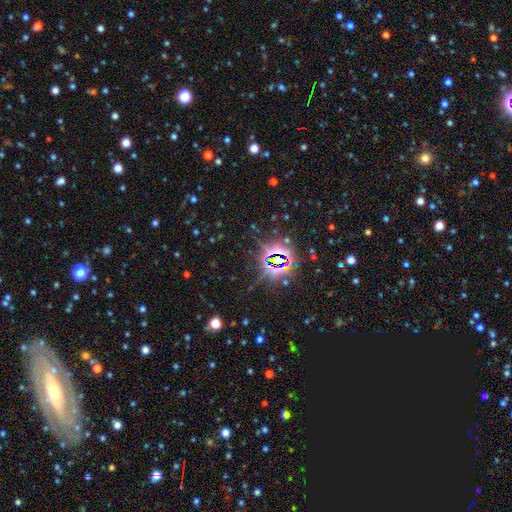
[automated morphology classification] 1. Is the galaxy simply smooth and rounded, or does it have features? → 82% star or artifact, 11% smooth, 7% featured or disk.